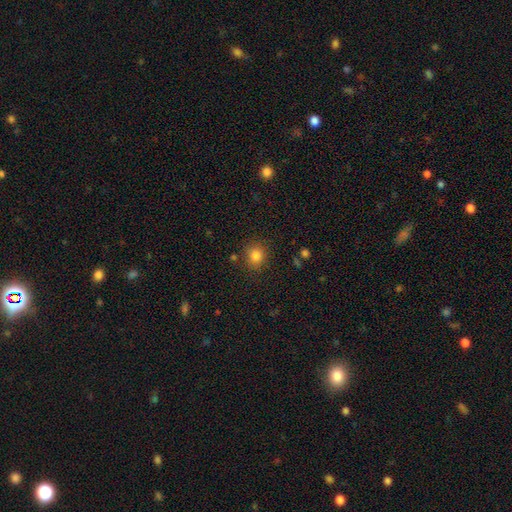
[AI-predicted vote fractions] Smooth or featured? Predicted: smooth (p=0.82). How rounded? Predicted: round (p=0.81). Merging? Predicted: none (p=0.86).